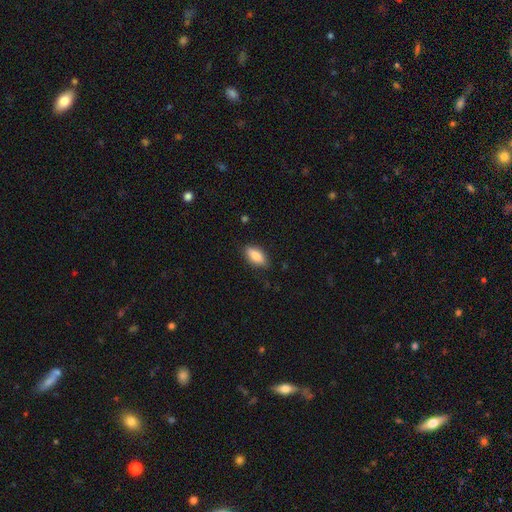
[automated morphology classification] This is clearly a smooth galaxy (80%). How rounded: clearly in between (83%). Merging: clearly none (83%).